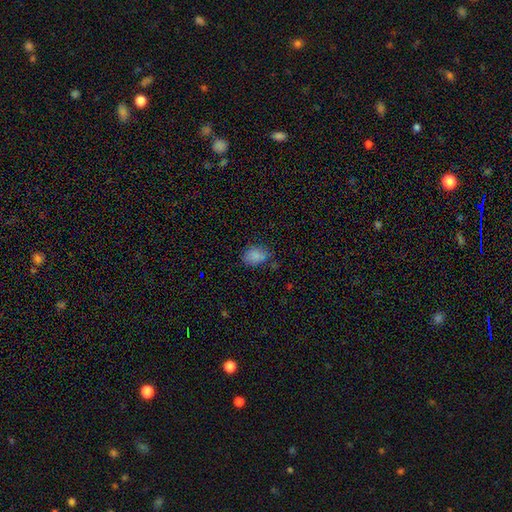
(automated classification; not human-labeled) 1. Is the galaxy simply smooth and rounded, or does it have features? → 83% smooth, 11% star or artifact, 6% featured or disk.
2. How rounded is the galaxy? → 73% in between, 26% round, 1% cigar-shaped.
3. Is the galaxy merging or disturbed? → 73% none, 20% minor disturbance, 5% major disturbance, 3% merger.